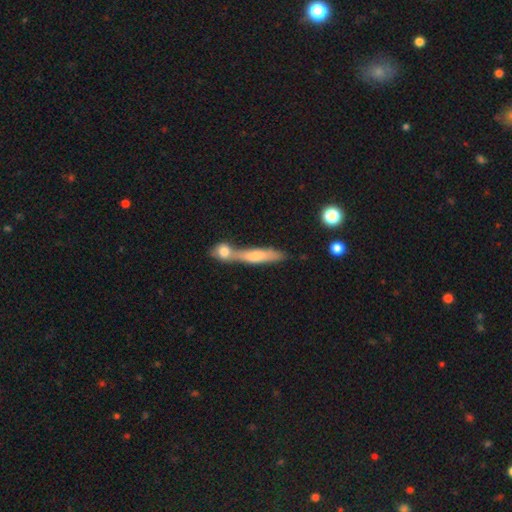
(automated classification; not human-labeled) The model was most divided on "merging": merger: 43%, none: 42%, minor disturbance: 10%, major disturbance: 5%. More confident: how rounded — cigar-shaped (80%); smooth or featured — smooth (55%).